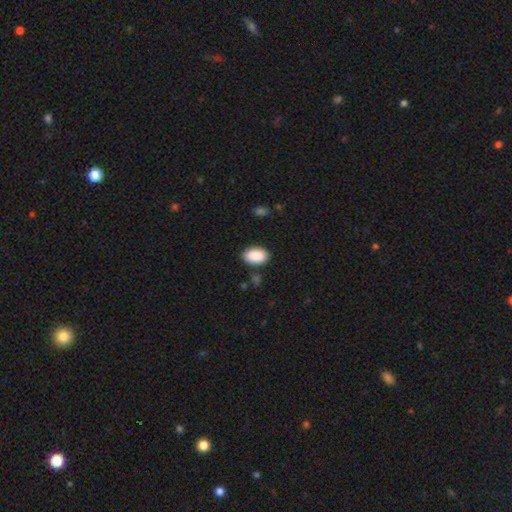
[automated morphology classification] The model was most divided on "merging": none: 85%, minor disturbance: 10%, major disturbance: 3%, merger: 2%. More confident: how rounded — in between (92%); smooth or featured — smooth (90%).